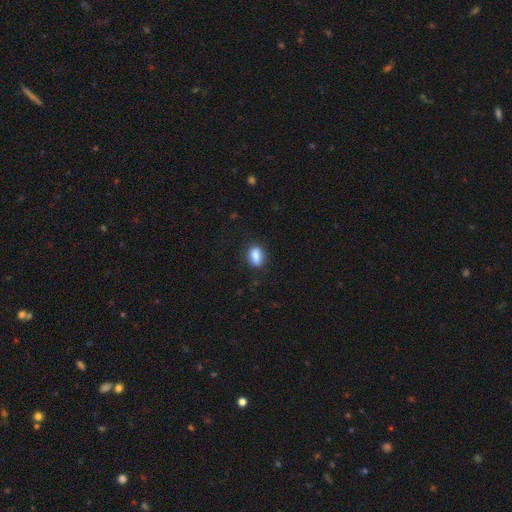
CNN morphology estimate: Smooth or featured? smooth (86%)
How rounded? in between (80%)
Merging? none (84%)